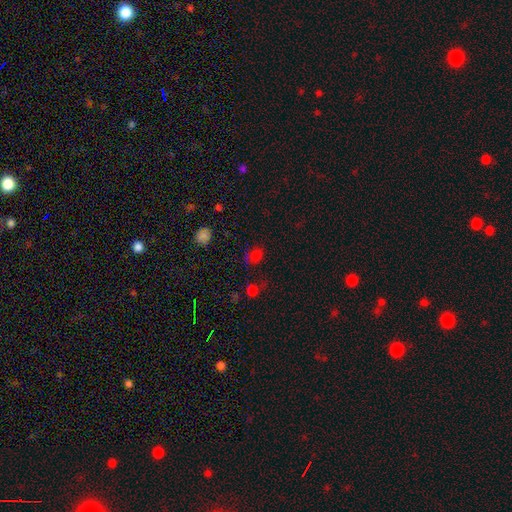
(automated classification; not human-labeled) Smooth or featured: smooth — 58% (star or artifact — 35%)
How rounded: in between — 52% (round — 47%)
Merging: none — 64% (minor disturbance — 20%)